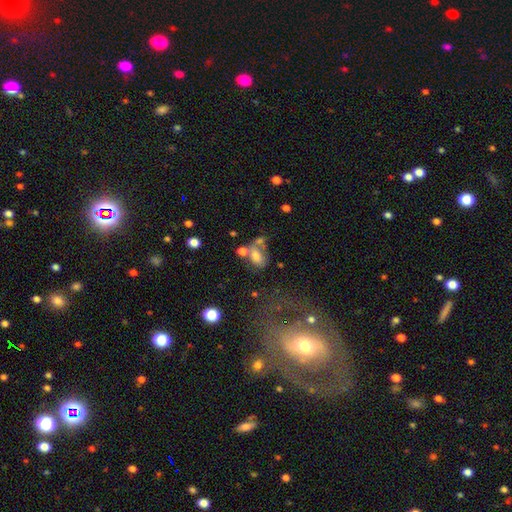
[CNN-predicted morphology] This is likely a smooth galaxy (67%). How rounded: clearly in between (83%). Merging: marginally merger (37%).